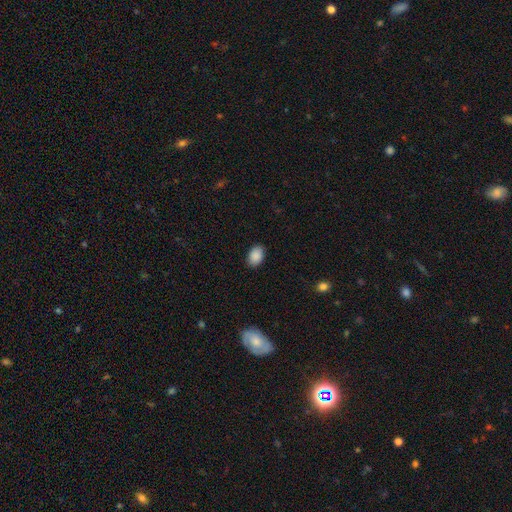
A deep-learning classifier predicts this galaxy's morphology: smooth-or-featured: smooth: 90% | star or artifact: 7% | featured or disk: 3%
  how-rounded: in between: 85% | round: 14% | cigar-shaped: 1%
  merging: none: 88% | minor disturbance: 9% | major disturbance: 2% | merger: 1%